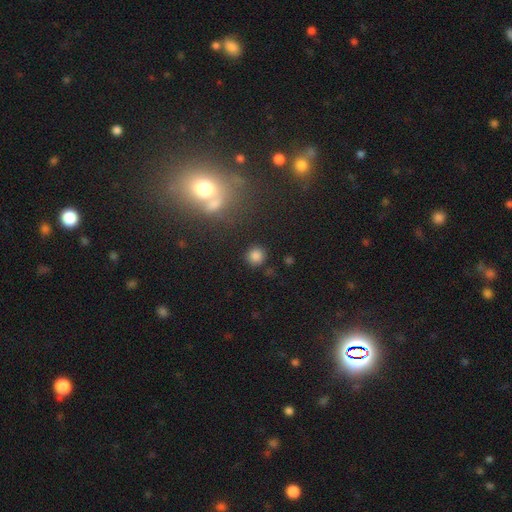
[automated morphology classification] A smooth galaxy with no disk features (81%) that is round (92%). Merging: none (87%).